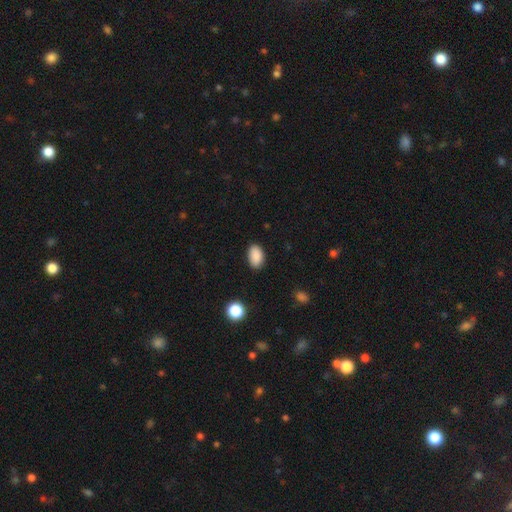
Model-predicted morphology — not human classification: smooth-or-featured: smooth: 89% | star or artifact: 8% | featured or disk: 3%
  how-rounded: in between: 91% | round: 8% | cigar-shaped: 1%
  merging: none: 87% | minor disturbance: 9% | major disturbance: 2% | merger: 1%